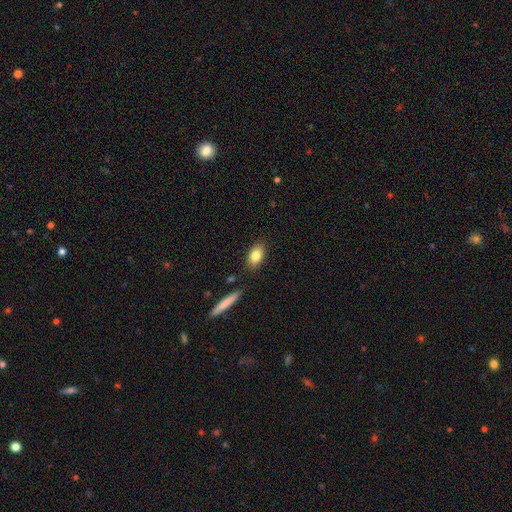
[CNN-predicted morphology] smooth_or_featured: smooth (p=0.81) [alt: featured or disk p=0.11]
how_rounded: in between (p=0.86) [alt: round p=0.09]
merging: none (p=0.84) [alt: minor disturbance p=0.10]